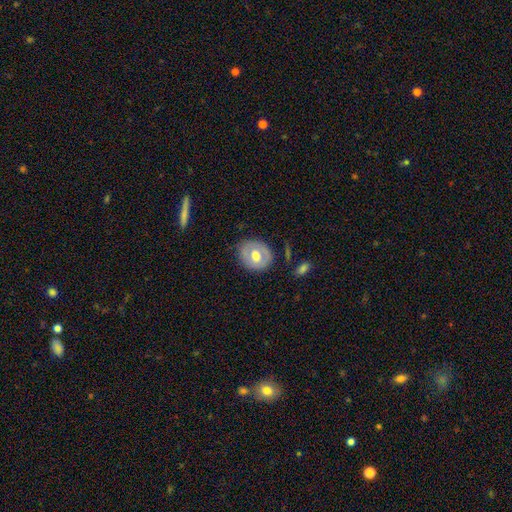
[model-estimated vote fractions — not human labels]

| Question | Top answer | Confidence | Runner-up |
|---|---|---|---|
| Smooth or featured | smooth | 51% | featured or disk (42%) |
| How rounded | round | 68% | in between (31%) |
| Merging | none | 79% | minor disturbance (15%) |